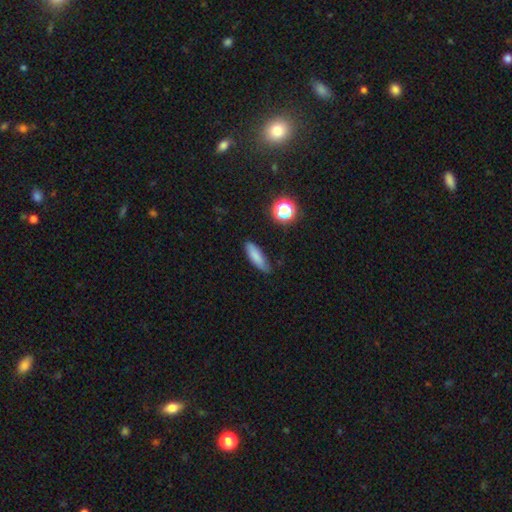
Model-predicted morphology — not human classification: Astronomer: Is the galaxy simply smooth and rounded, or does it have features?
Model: smooth — 80%.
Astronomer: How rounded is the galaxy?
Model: cigar-shaped — 49% (runner-up: in between, 48%).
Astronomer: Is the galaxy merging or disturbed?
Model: none — 75%.